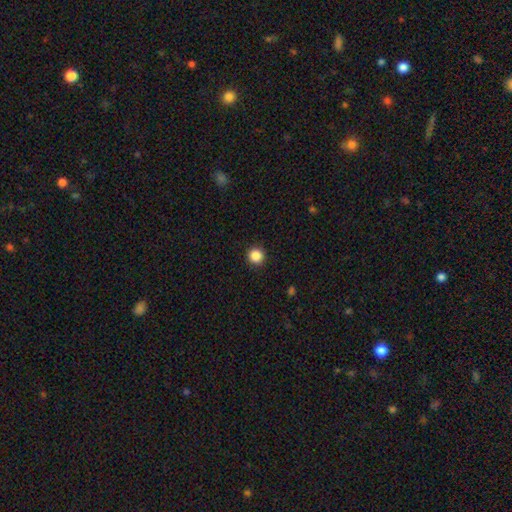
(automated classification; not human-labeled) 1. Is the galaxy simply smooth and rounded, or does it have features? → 87% smooth, 10% star or artifact, 3% featured or disk.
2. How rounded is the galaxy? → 95% round, 4% in between, 1% cigar-shaped.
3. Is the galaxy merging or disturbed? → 92% none, 5% minor disturbance, 2% major disturbance, 1% merger.